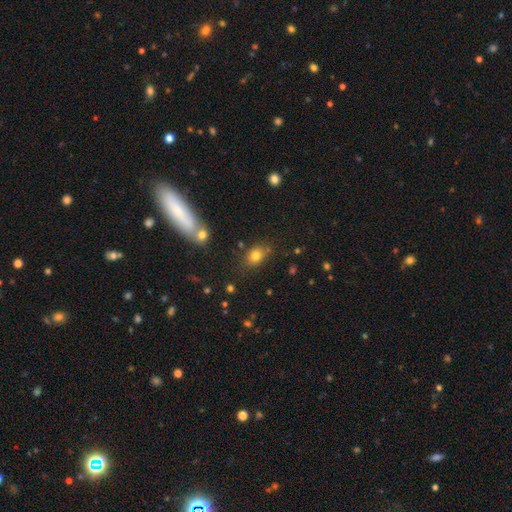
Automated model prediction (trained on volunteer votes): smooth_or_featured: smooth (p=0.77) [alt: star or artifact p=0.14]
how_rounded: in between (p=0.64) [alt: round p=0.35]
merging: none (p=0.75) [alt: minor disturbance p=0.14]